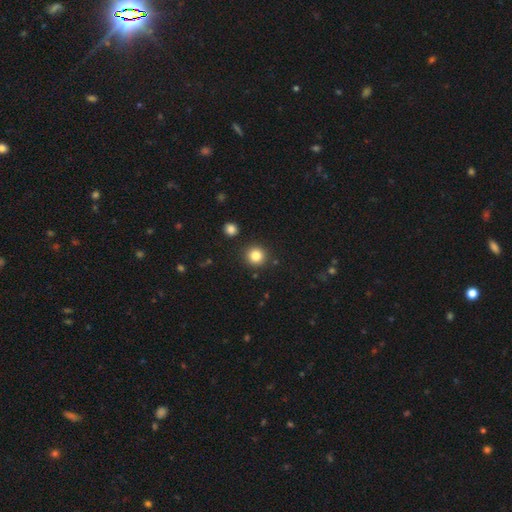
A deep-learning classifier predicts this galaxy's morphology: smooth-or-featured: smooth: 83% | star or artifact: 11% | featured or disk: 5%
  how-rounded: round: 94% | in between: 5% | cigar-shaped: 1%
  merging: none: 90% | minor disturbance: 6% | merger: 3% | major disturbance: 2%